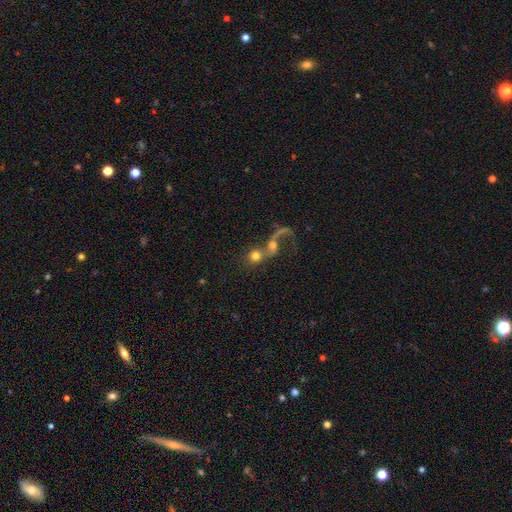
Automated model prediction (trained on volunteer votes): smooth-or-featured: smooth: 59% | featured or disk: 29% | star or artifact: 12%
  how-rounded: round: 83% | in between: 15% | cigar-shaped: 3%
  merging: merger: 62% | none: 22% | major disturbance: 11% | minor disturbance: 5%